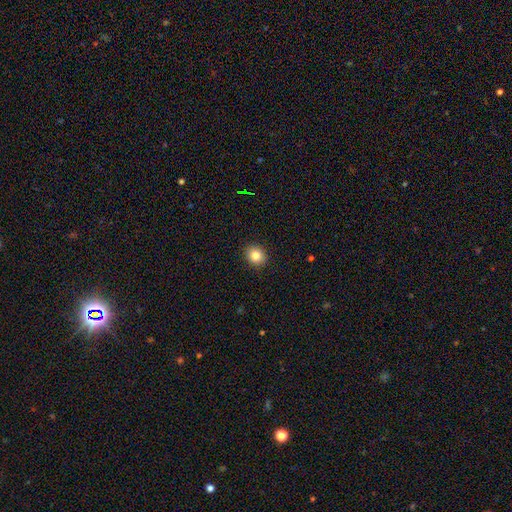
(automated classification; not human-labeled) smooth-or-featured: smooth: 84% | star or artifact: 10% | featured or disk: 7%
  how-rounded: round: 69% | in between: 30% | cigar-shaped: 1%
  merging: none: 91% | minor disturbance: 6% | major disturbance: 2% | merger: 1%